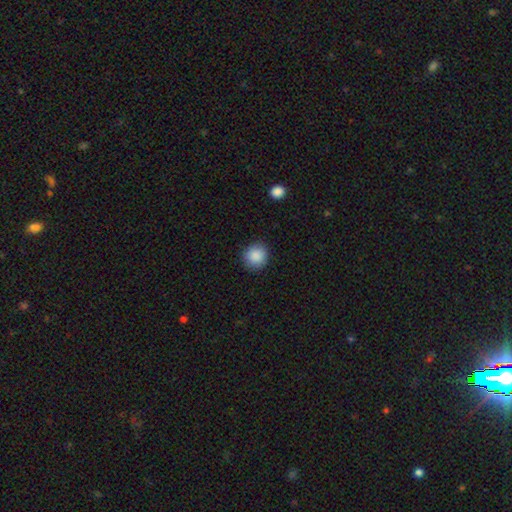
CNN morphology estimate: Smooth or featured? Predicted: smooth (p=0.89). How rounded? Predicted: round (p=0.86). Merging? Predicted: none (p=0.88).